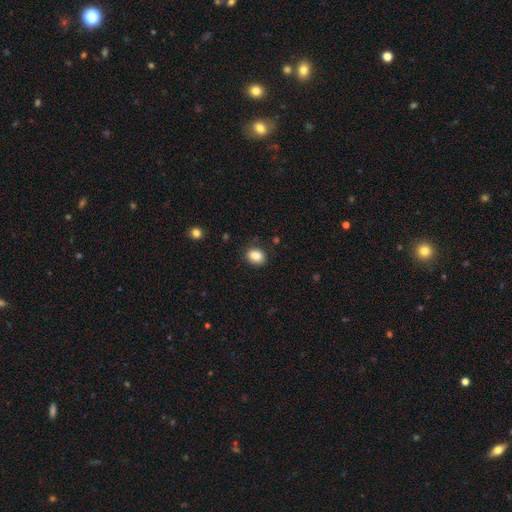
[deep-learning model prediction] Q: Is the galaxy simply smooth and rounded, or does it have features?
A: smooth — 87%.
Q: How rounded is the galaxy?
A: in between — 60%.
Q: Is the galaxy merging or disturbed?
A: none — 83%.